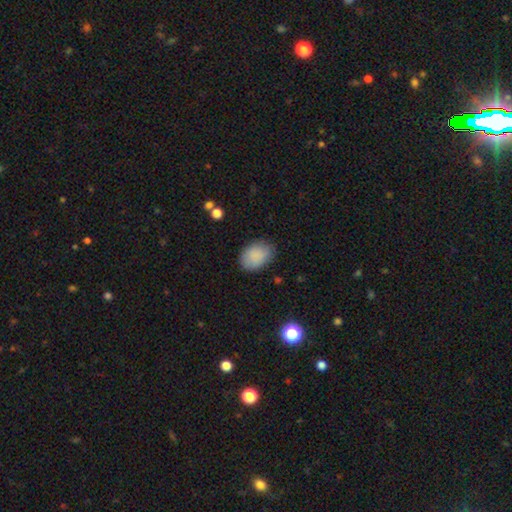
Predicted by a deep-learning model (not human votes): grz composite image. It shows a smooth galaxy with no disk features (88%) that is in between round and cigar-shaped (81%). Merging: none (81%).